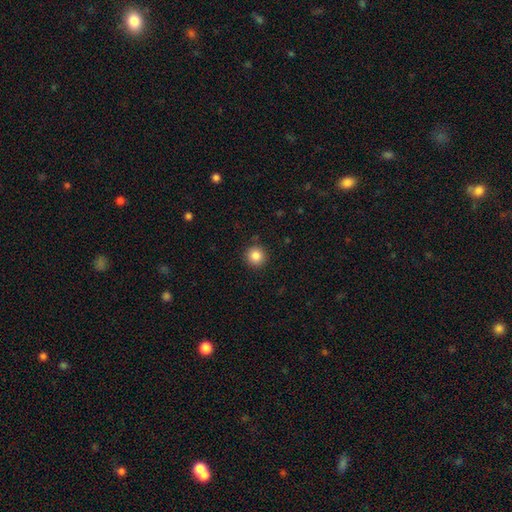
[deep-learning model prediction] Smooth or featured?
  - smooth: 85% *
  - star or artifact: 10%
  - featured or disk: 5%
How rounded?
  - round: 94% *
  - in between: 5%
  - cigar-shaped: 1%
Merging?
  - none: 91% *
  - minor disturbance: 6%
  - major disturbance: 2%
  - merger: 1%